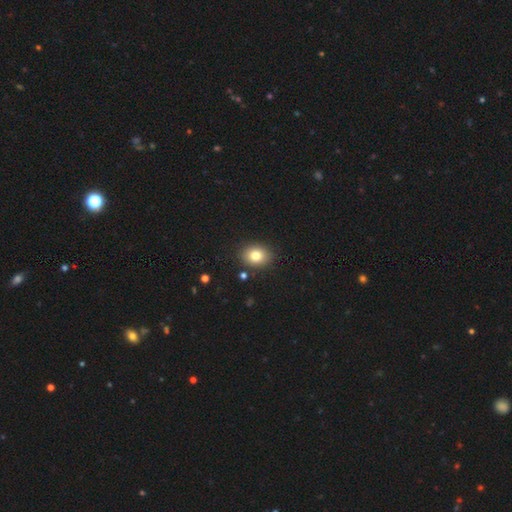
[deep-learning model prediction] smooth_or_featured: smooth (p=0.81) [alt: star or artifact p=0.11]
how_rounded: in between (p=0.50) [alt: round p=0.49]
merging: none (p=0.87) [alt: minor disturbance p=0.08]